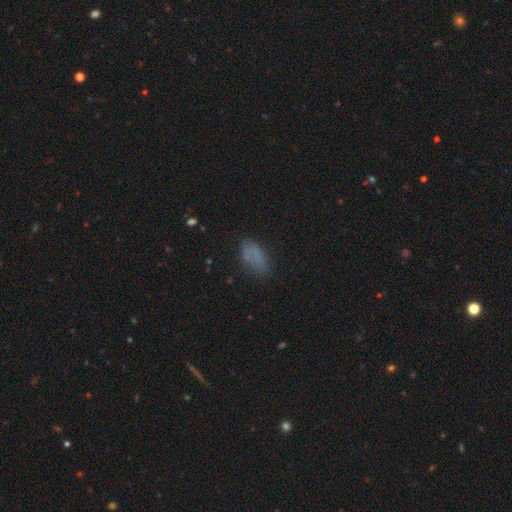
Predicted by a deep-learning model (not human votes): Smooth or featured? Predicted: smooth (p=0.71). How rounded? Predicted: in between (p=0.89). Merging? Predicted: none (p=0.61).